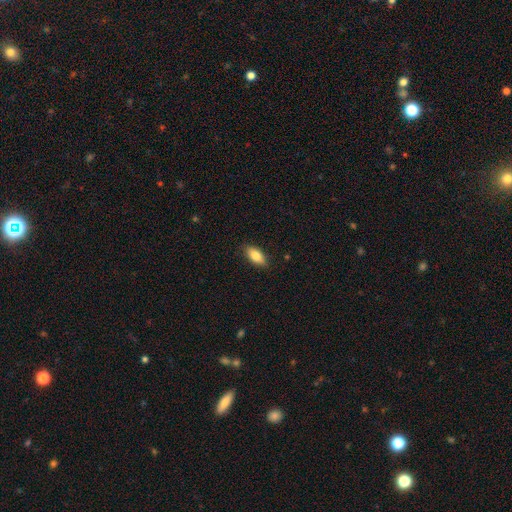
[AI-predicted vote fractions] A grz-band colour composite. It shows a smooth galaxy with no disk features (83%) that is in between round and cigar-shaped (88%). Merging: none (87%).